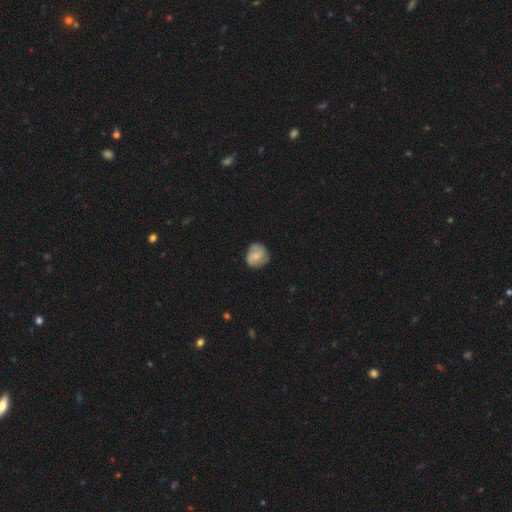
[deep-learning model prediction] Morphology: type=smooth (53%); roundness=round (81%); merging=none (74%).